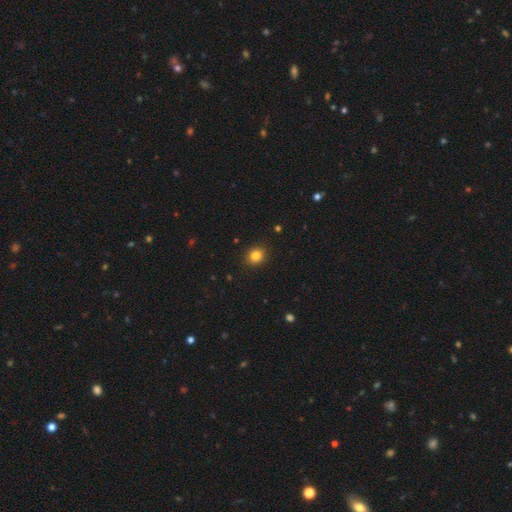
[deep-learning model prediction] Smooth or featured: smooth — 83% (star or artifact — 12%)
How rounded: round — 77% (in between — 22%)
Merging: none — 90% (minor disturbance — 7%)